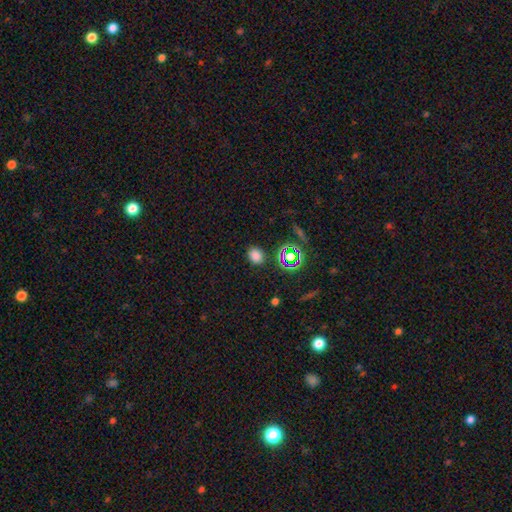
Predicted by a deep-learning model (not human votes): smooth-or-featured: smooth: 74% | star or artifact: 21% | featured or disk: 6%
  how-rounded: in between: 50% | round: 49% | cigar-shaped: 1%
  merging: none: 82% | minor disturbance: 11% | major disturbance: 4% | merger: 3%